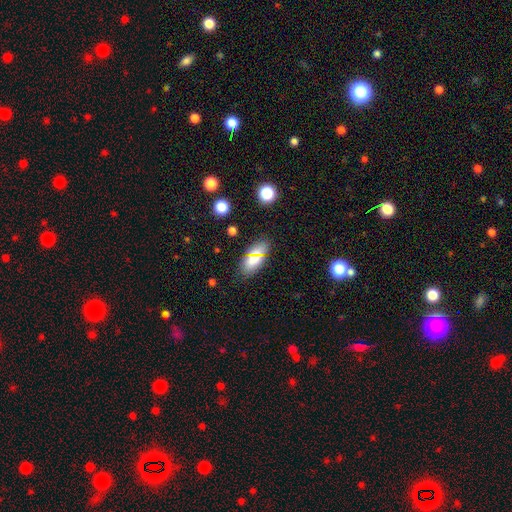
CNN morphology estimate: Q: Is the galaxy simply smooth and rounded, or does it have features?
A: smooth — 74%.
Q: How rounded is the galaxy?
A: in between — 85%.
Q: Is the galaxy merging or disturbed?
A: none — 85%.